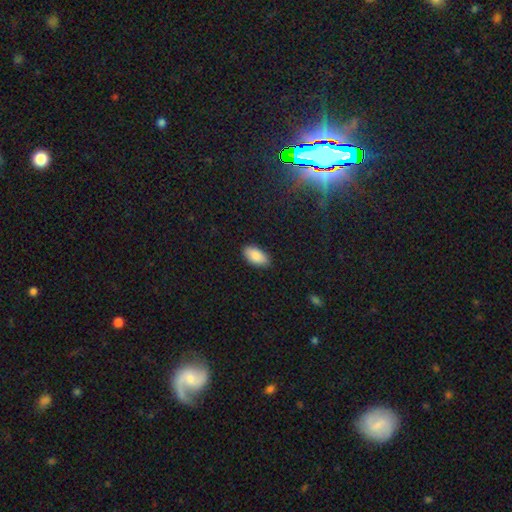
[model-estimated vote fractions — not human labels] This appears to be a smooth galaxy with no disk features (88%) that is in between round and cigar-shaped (94%). Merging: none (86%).